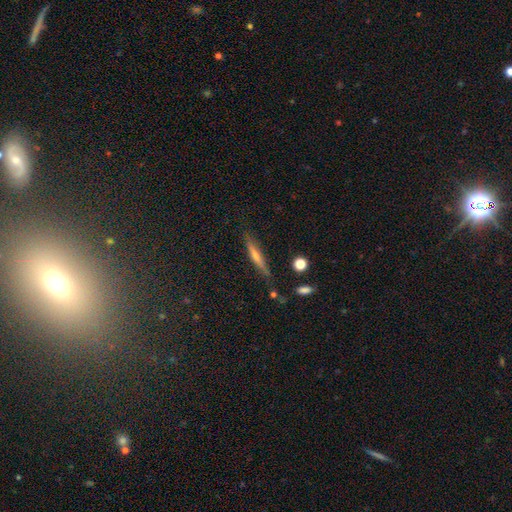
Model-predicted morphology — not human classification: This appears to be a featured or disk galaxy (46%). Merging: none (82%).